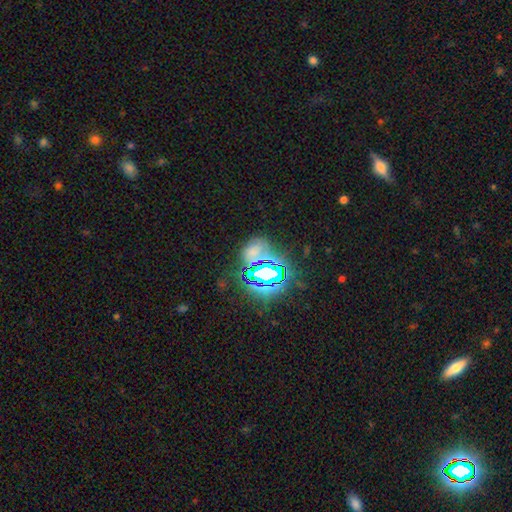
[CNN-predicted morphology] smooth_or_featured: star or artifact (p=0.65) [alt: smooth p=0.21]